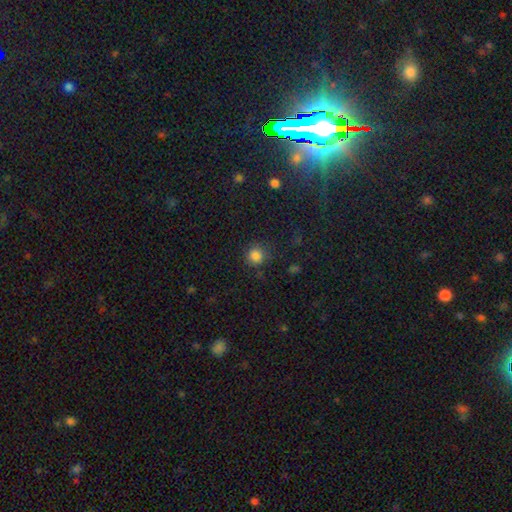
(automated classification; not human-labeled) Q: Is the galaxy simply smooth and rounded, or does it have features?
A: smooth — 84%.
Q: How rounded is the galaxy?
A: round — 90%.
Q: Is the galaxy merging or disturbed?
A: none — 82%.